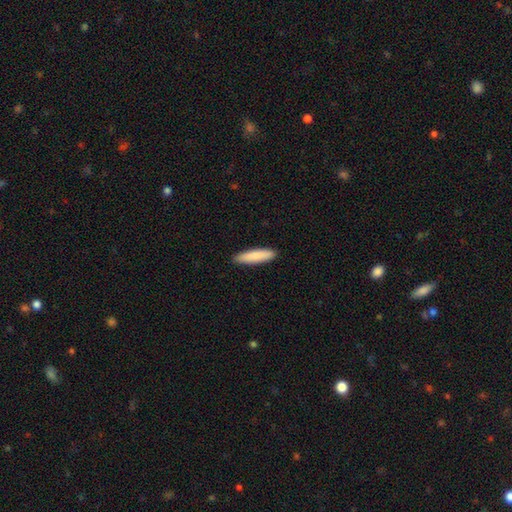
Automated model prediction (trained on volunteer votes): This is clearly a smooth galaxy (87%). How rounded: likely cigar-shaped (78%). Merging: clearly none (91%).